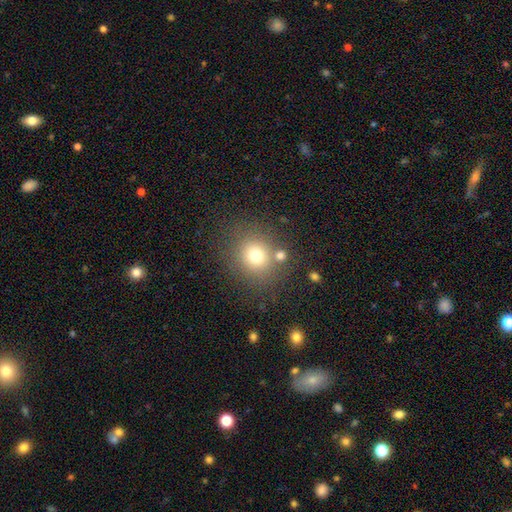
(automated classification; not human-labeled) smooth_or_featured: smooth (p=0.72) [alt: star or artifact p=0.16]
how_rounded: round (p=0.84) [alt: in between p=0.15]
merging: none (p=0.74) [alt: minor disturbance p=0.10]